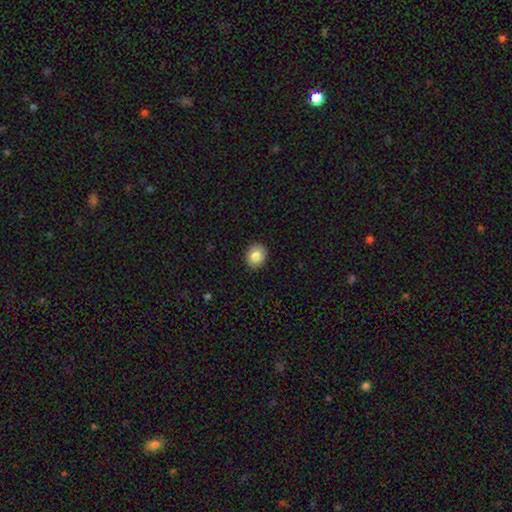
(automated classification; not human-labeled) This is clearly a smooth galaxy (82%). How rounded: likely round (65%). Merging: clearly none (90%).